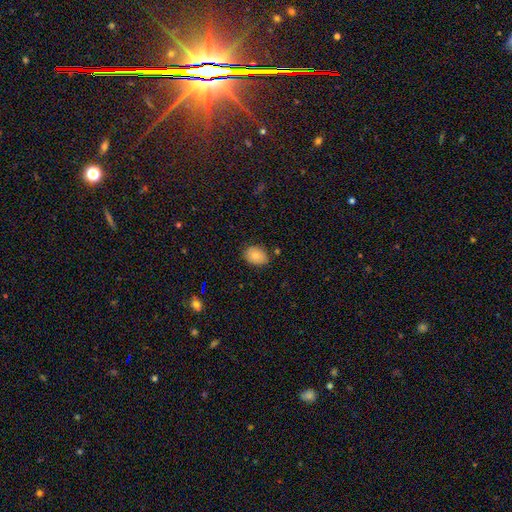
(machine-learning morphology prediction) A smooth galaxy with no disk features (81%) that is in between round and cigar-shaped (72%).

Vote fractions:
- Smooth or featured? smooth: 81% / featured or disk: 11% / star or artifact: 9%
- How rounded? in between: 72% / round: 27% / cigar-shaped: 1%
- Merging? none: 79% / minor disturbance: 16% / major disturbance: 3% / merger: 2%